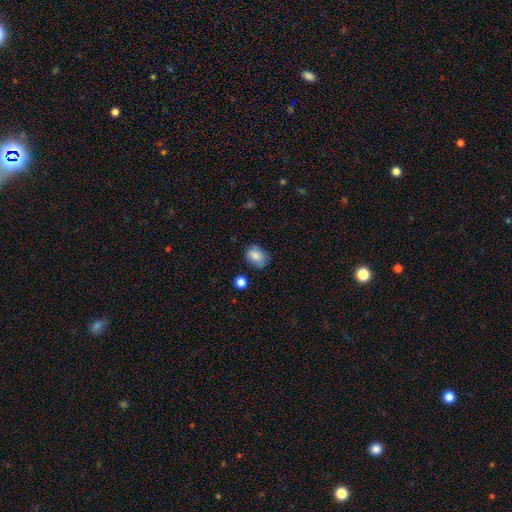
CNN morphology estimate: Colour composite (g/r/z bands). It shows a smooth galaxy with no disk features (82%) that is in between round and cigar-shaped (62%). Merging: none (64%).